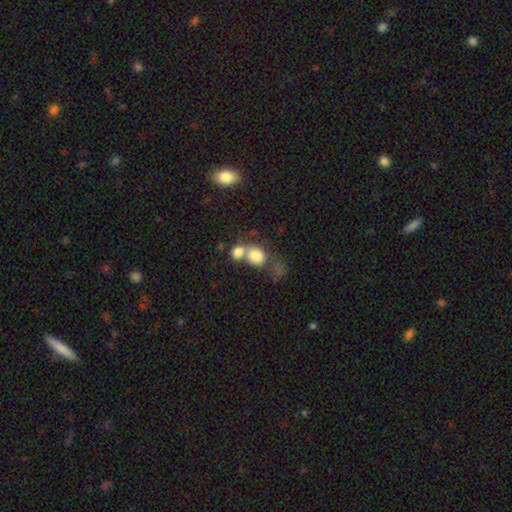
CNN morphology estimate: smooth_or_featured: smooth (p=0.78) [alt: featured or disk p=0.12]
how_rounded: round (p=0.60) [alt: in between p=0.38]
merging: merger (p=0.57) [alt: none p=0.27]